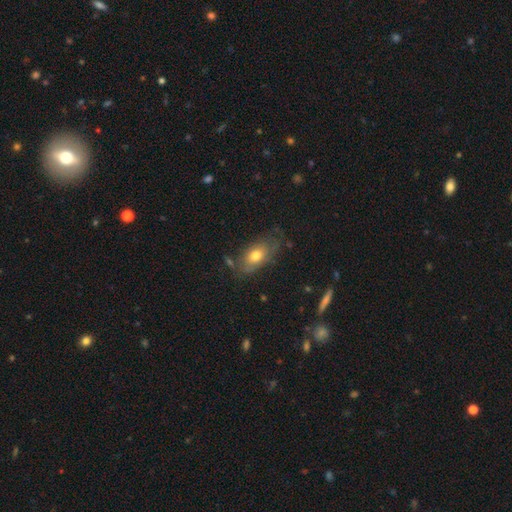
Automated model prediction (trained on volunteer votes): Smooth or featured? Predicted: smooth (p=0.63). How rounded? Predicted: in between (p=0.86). Merging? Predicted: none (p=0.59).